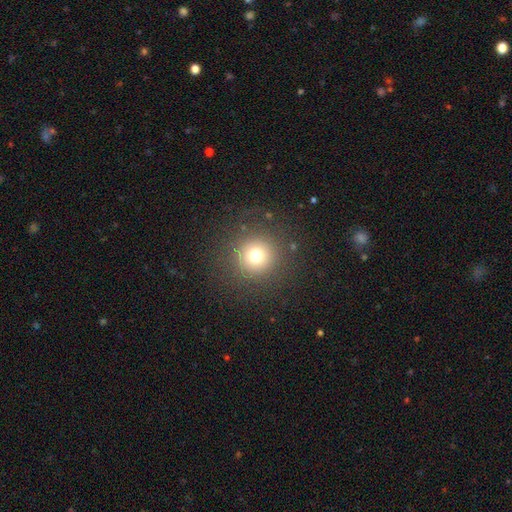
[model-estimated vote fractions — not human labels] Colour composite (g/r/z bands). It shows a smooth galaxy with no disk features (73%) that is round (95%). Merging: none (87%).